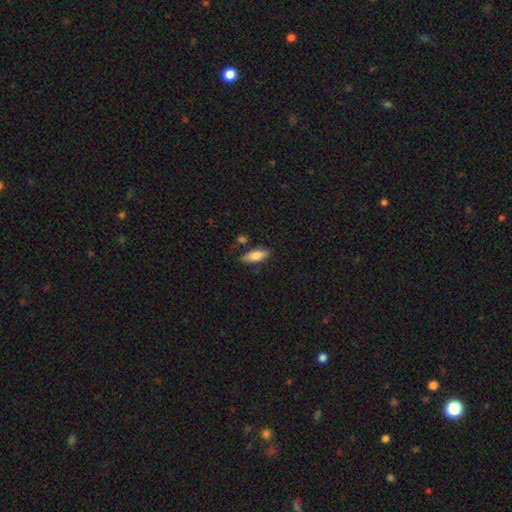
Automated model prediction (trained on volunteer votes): This is clearly a smooth galaxy (80%). How rounded: likely in between (70%). Merging: likely none (76%).